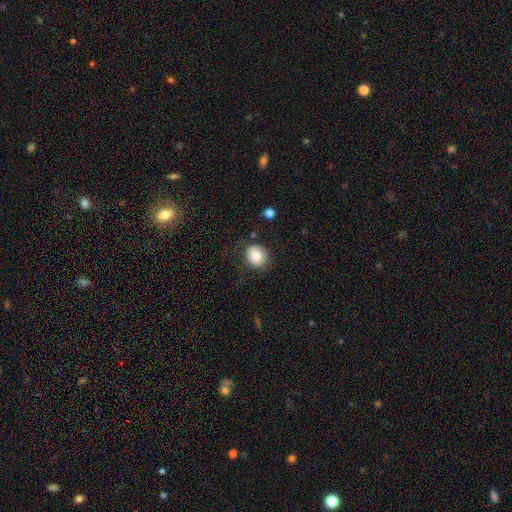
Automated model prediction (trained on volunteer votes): Smooth or featured? Predicted: smooth (p=0.80). How rounded? Predicted: round (p=0.73). Merging? Predicted: none (p=0.76).